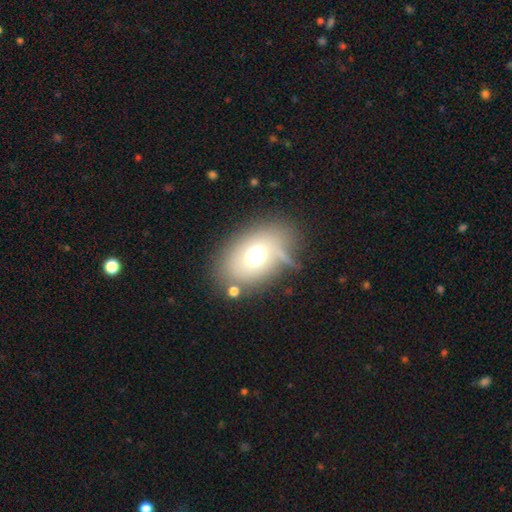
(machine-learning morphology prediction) Smooth or featured? Predicted: smooth (p=0.63). How rounded? Predicted: in between (p=0.72). Merging? Predicted: none (p=0.65).